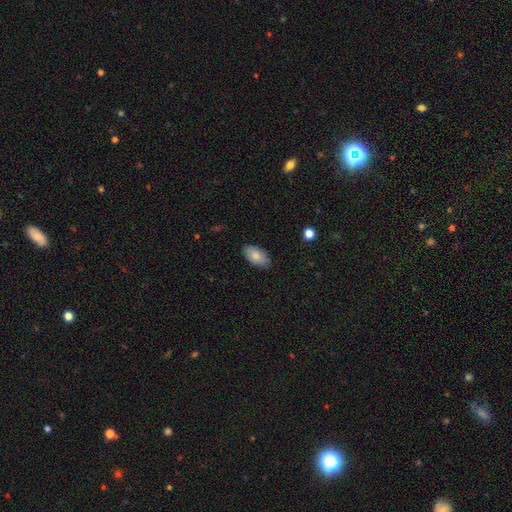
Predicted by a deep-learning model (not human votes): Smooth or featured: smooth — 83% (featured or disk — 11%)
How rounded: in between — 95% (round — 3%)
Merging: none — 86% (minor disturbance — 11%)